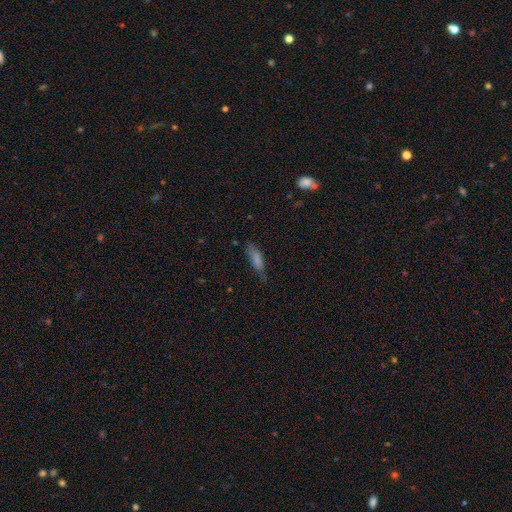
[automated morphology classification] This appears to be a smooth galaxy with no disk features (61%) that is cigar-shaped (62%). Merging: none (66%).